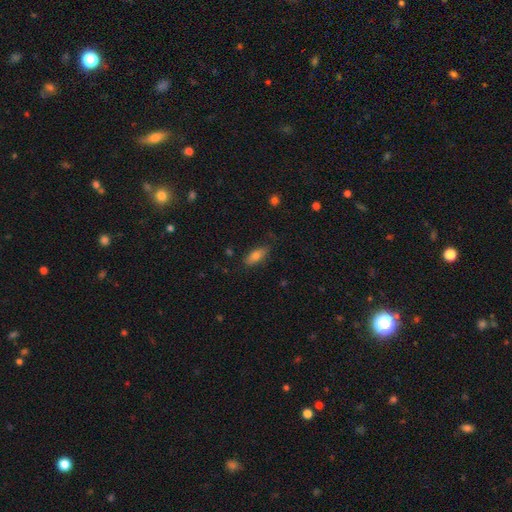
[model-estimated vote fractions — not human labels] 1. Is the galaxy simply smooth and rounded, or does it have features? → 75% smooth, 17% featured or disk, 7% star or artifact.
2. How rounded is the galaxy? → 73% in between, 24% cigar-shaped, 3% round.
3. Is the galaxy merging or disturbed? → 78% none, 17% minor disturbance, 3% major disturbance, 1% merger.